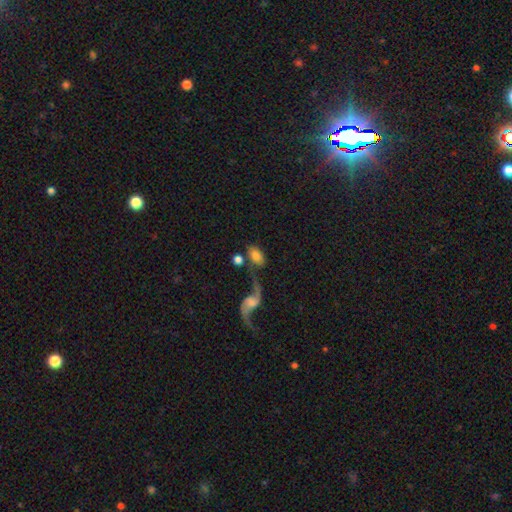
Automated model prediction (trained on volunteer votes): Smooth or featured? smooth (66%)
How rounded? in between (88%)
Merging? none (48%)